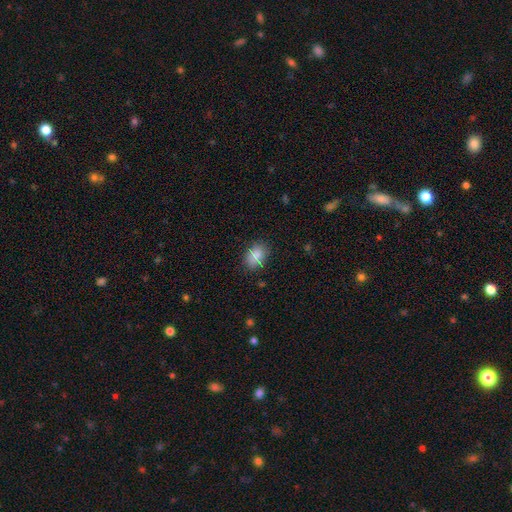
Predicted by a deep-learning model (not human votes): A smooth galaxy with no disk features (85%) that is in between round and cigar-shaped (75%).

Vote fractions:
- Smooth or featured? smooth: 85% / star or artifact: 9% / featured or disk: 6%
- How rounded? in between: 75% / round: 24% / cigar-shaped: 1%
- Merging? none: 78% / minor disturbance: 15% / major disturbance: 4% / merger: 3%